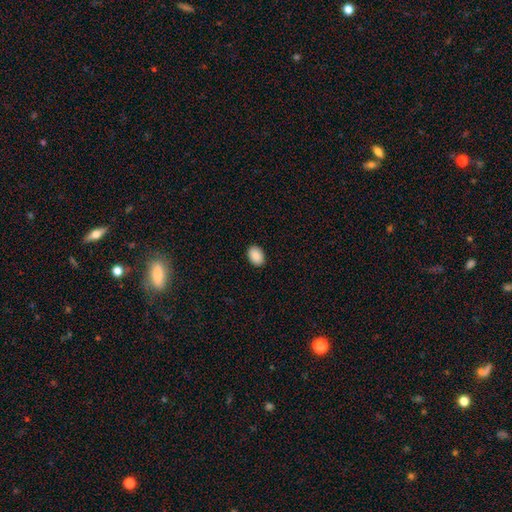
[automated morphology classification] Smooth or featured: smooth — 90% (star or artifact — 7%)
How rounded: in between — 81% (round — 18%)
Merging: none — 90% (minor disturbance — 7%)